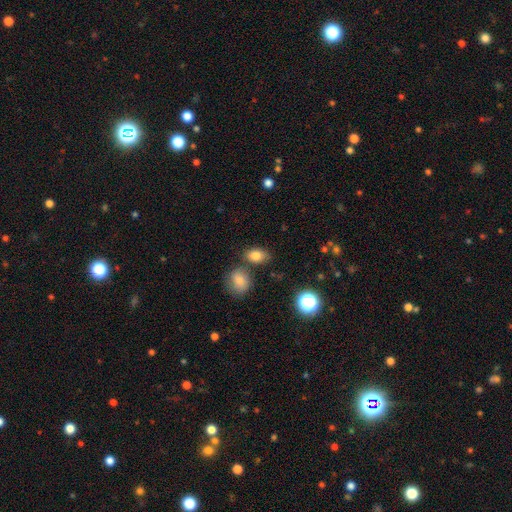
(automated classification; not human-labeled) A smooth galaxy with no disk features (80%) that is in between round and cigar-shaped (81%). Merging: none (69%).